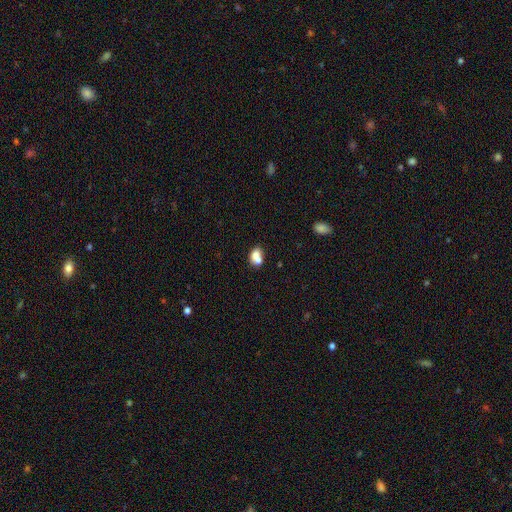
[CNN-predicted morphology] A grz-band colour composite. It shows a smooth galaxy with no disk features (73%) that is in between round and cigar-shaped (60%). Merging: merger (51%).